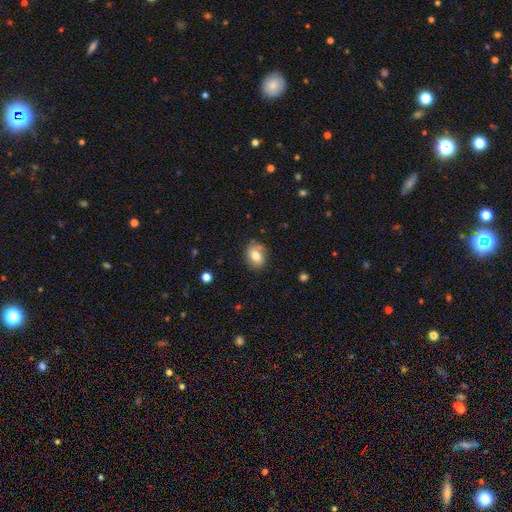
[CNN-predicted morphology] smooth_or_featured: smooth (p=0.75) [alt: featured or disk p=0.15]
how_rounded: in between (p=0.64) [alt: round p=0.34]
merging: none (p=0.76) [alt: minor disturbance p=0.17]